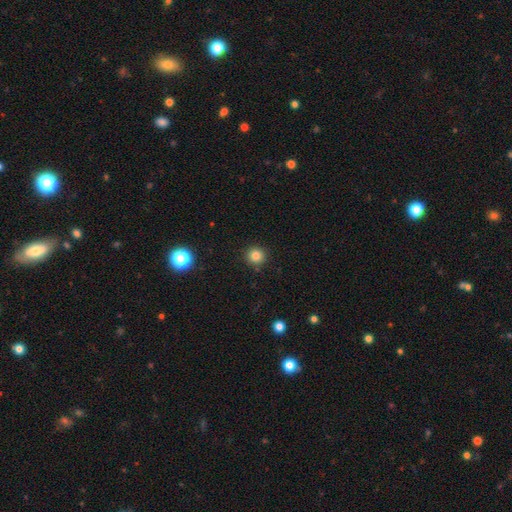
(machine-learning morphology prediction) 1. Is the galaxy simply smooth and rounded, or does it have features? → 82% smooth, 13% star or artifact, 5% featured or disk.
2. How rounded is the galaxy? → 94% round, 5% in between, 1% cigar-shaped.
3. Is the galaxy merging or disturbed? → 91% none, 6% minor disturbance, 2% major disturbance, 2% merger.